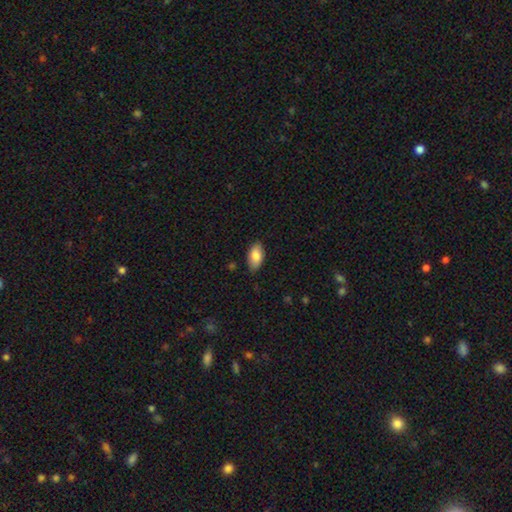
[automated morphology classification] Smooth or featured?
  - smooth: 82% *
  - featured or disk: 12%
  - star or artifact: 6%
How rounded?
  - in between: 93% *
  - round: 3%
  - cigar-shaped: 3%
Merging?
  - none: 84% *
  - minor disturbance: 13%
  - major disturbance: 2%
  - merger: 1%